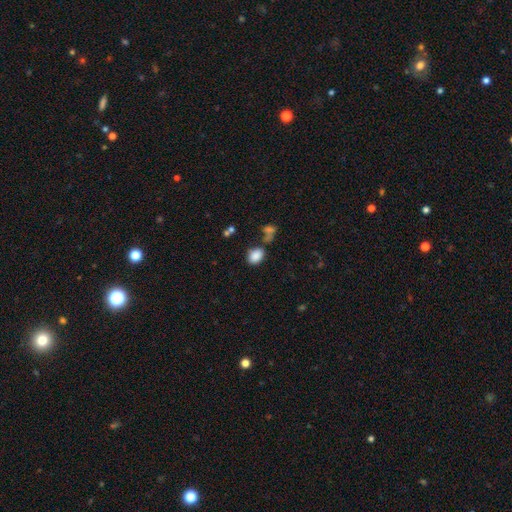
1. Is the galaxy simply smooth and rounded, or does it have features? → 85% smooth, 12% star or artifact, 2% featured or disk.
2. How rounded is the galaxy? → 71% in between, 26% round, 3% cigar-shaped.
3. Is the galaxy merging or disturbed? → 57% none, 29% minor disturbance, 9% major disturbance, 6% merger.